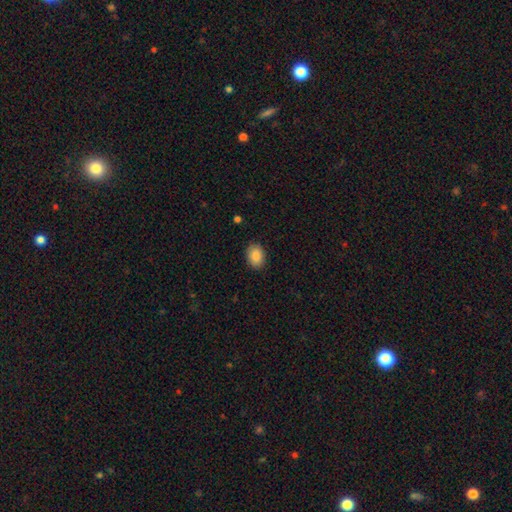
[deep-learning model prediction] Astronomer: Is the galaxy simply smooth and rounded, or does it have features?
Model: smooth — 87%.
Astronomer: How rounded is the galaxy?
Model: in between — 74%.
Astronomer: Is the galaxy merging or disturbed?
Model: none — 88%.